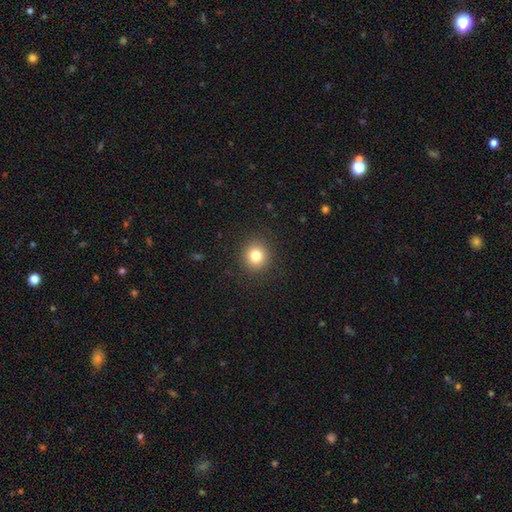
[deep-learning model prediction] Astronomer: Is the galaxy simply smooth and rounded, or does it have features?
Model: smooth — 81%.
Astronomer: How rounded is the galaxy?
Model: round — 89%.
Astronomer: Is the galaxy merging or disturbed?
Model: none — 90%.